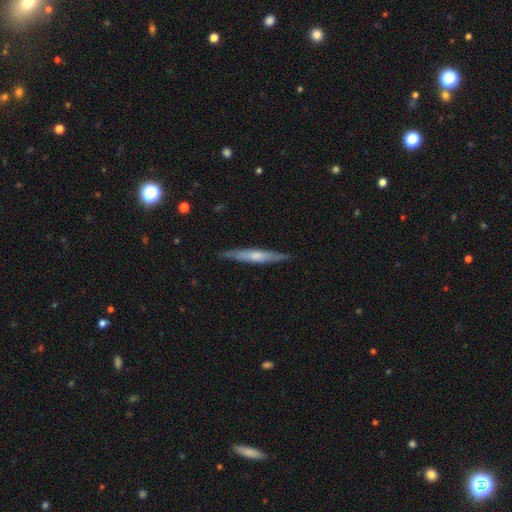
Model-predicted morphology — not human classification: Smooth or featured? featured or disk (51%)
Edge-on disk? yes (92%)
Merging? none (85%)